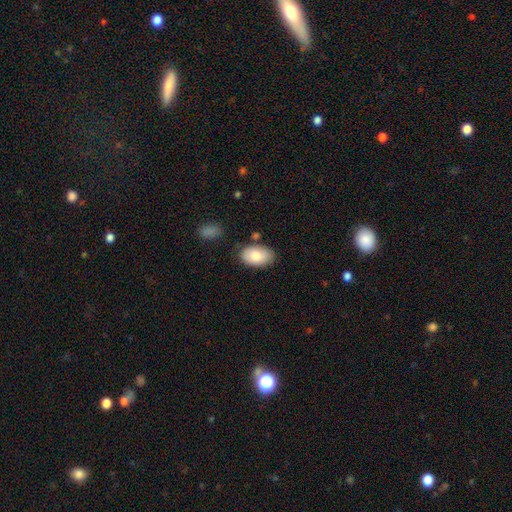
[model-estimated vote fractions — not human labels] smooth-or-featured: smooth: 84% | featured or disk: 10% | star or artifact: 6%
  how-rounded: in between: 92% | round: 6% | cigar-shaped: 1%
  merging: none: 75% | minor disturbance: 16% | merger: 5% | major disturbance: 4%